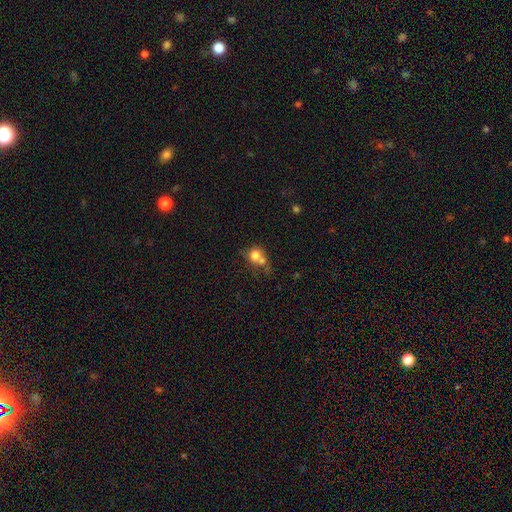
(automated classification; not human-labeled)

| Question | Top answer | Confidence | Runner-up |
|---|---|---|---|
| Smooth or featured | smooth | 73% | featured or disk (15%) |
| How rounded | round | 77% | in between (22%) |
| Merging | merger | 52% | none (31%) |